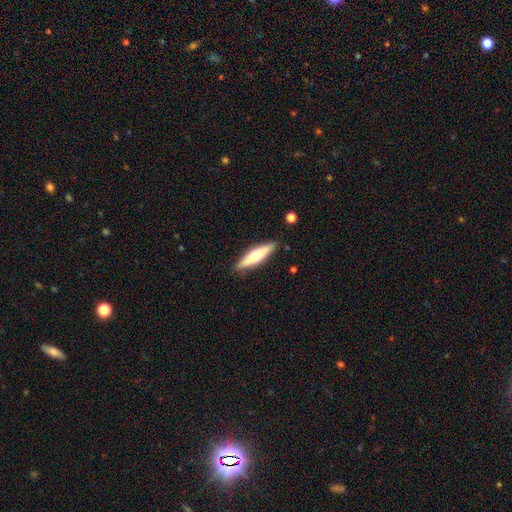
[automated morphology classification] Smooth or featured: smooth — 49% (featured or disk — 45%)
Merging: none — 85% (minor disturbance — 11%)